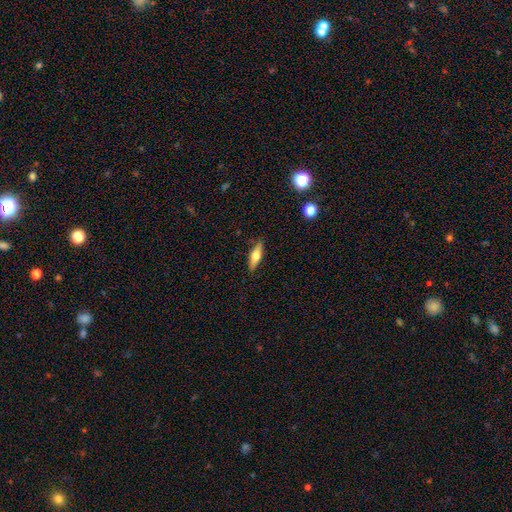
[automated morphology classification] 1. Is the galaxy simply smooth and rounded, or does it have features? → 50% smooth, 44% featured or disk, 7% star or artifact.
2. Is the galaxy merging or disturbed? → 87% none, 10% minor disturbance, 2% major disturbance, 1% merger.